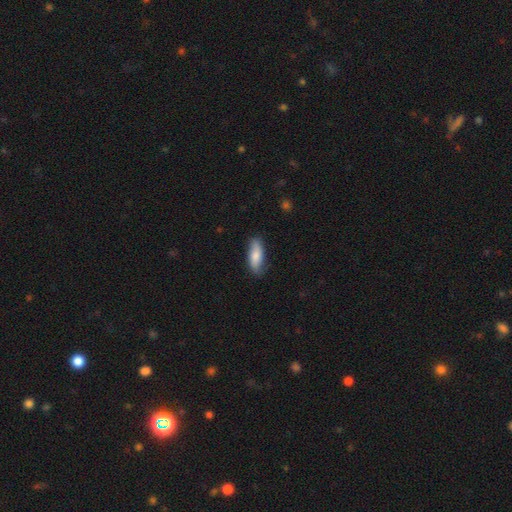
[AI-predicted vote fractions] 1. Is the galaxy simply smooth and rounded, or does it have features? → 77% smooth, 17% featured or disk, 6% star or artifact.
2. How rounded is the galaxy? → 69% in between, 28% cigar-shaped, 2% round.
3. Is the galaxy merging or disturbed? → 79% none, 17% minor disturbance, 3% major disturbance, 1% merger.